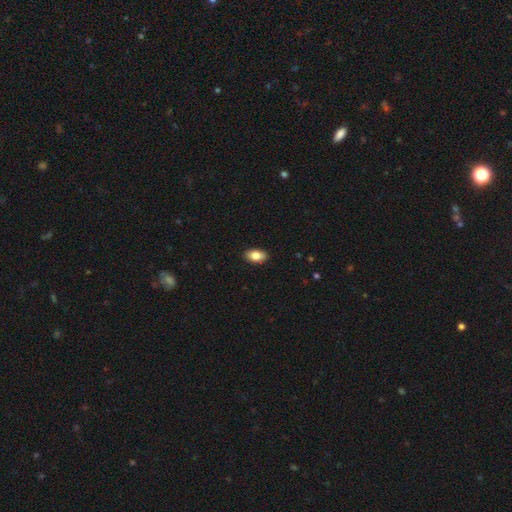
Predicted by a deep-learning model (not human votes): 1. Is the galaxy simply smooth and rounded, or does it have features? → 84% smooth, 9% featured or disk, 7% star or artifact.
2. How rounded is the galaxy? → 91% in between, 7% round, 2% cigar-shaped.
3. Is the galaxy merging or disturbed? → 90% none, 7% minor disturbance, 2% major disturbance, 1% merger.